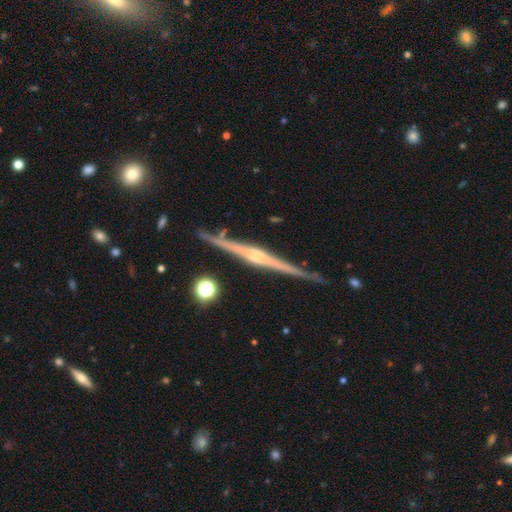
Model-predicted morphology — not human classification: Smooth or featured?
  - featured or disk: 87% *
  - smooth: 7%
  - star or artifact: 5%
Edge-on disk?
  - yes: 98% *
  - no: 2%
Edge-on bulge?
  - rounded: 75% *
  - boxy: 12%
  - none: 12%
Merging?
  - none: 86% *
  - minor disturbance: 10%
  - merger: 2%
  - major disturbance: 2%